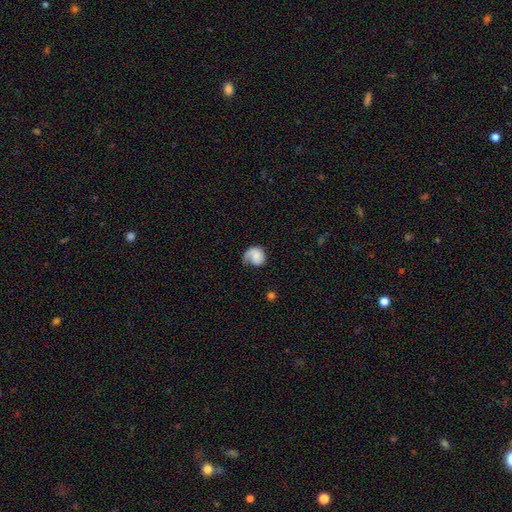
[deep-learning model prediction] Smooth or featured: smooth — 51% (featured or disk — 42%)
How rounded: round — 66% (in between — 33%)
Merging: none — 42% (major disturbance — 28%)